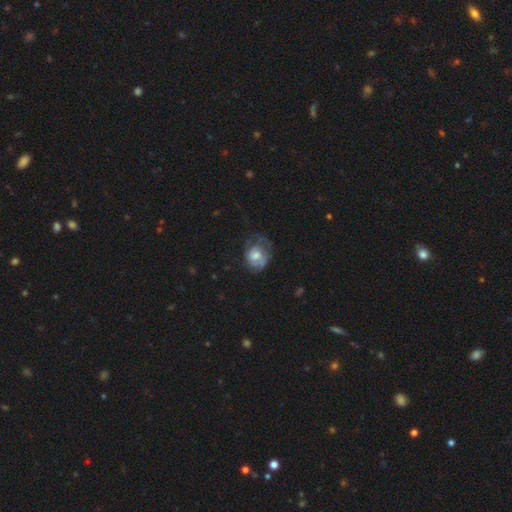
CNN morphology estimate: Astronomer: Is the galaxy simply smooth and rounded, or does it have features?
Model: smooth — 46% (runner-up: featured or disk, 45%).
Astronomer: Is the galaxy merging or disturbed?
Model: none — 44% (runner-up: minor disturbance, 27%).